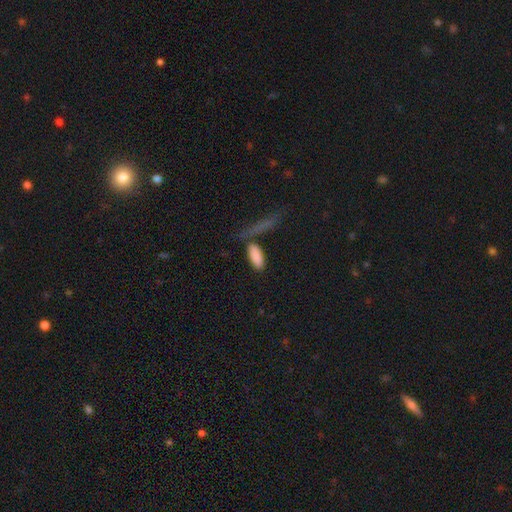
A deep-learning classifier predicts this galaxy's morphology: Smooth or featured? Predicted: smooth (p=0.87). How rounded? Predicted: in between (p=0.82). Merging? Predicted: none (p=0.66).